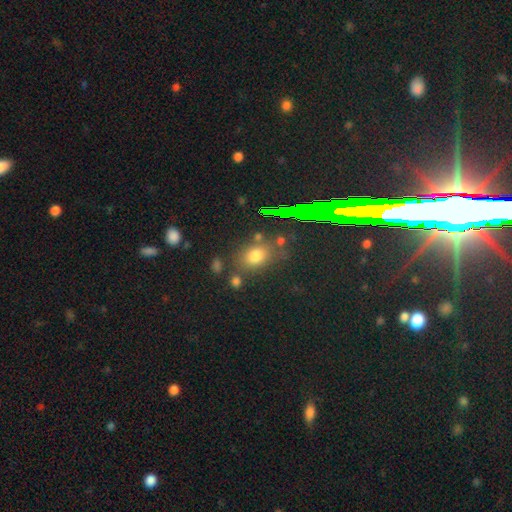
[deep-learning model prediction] This is likely a smooth galaxy (71%). How rounded: possibly in between (57%). Merging: likely none (73%).